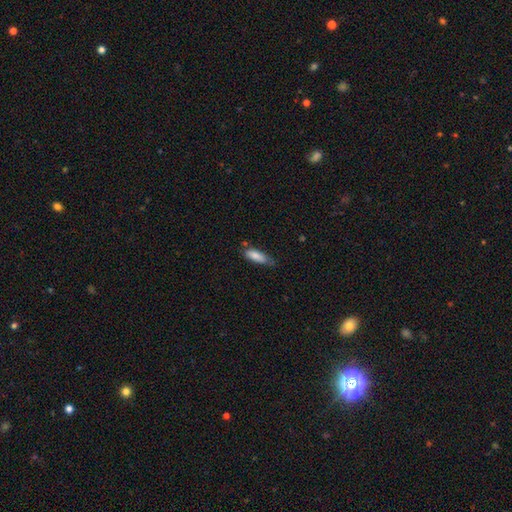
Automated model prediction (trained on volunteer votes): smooth_or_featured: smooth (p=0.82) [alt: featured or disk p=0.11]
how_rounded: in between (p=0.57) [alt: cigar-shaped p=0.41]
merging: none (p=0.59) [alt: minor disturbance p=0.32]